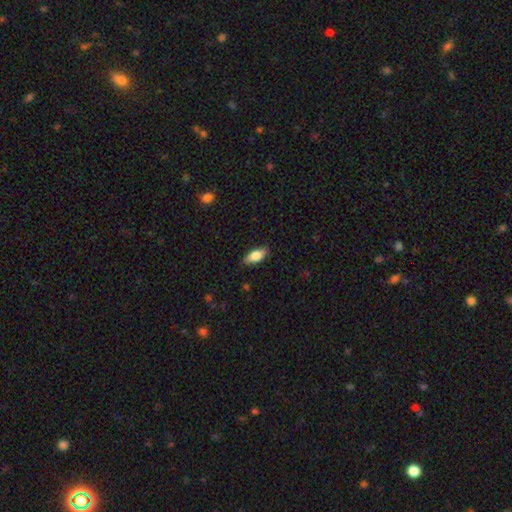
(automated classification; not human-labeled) Smooth or featured? Predicted: smooth (p=0.79). How rounded? Predicted: in between (p=0.83). Merging? Predicted: none (p=0.85).